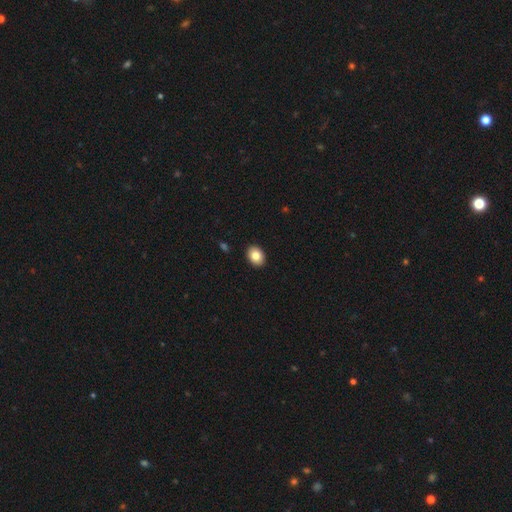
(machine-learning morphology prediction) Smooth or featured: smooth — 84% (star or artifact — 8%)
How rounded: in between — 70% (round — 29%)
Merging: none — 91% (minor disturbance — 6%)